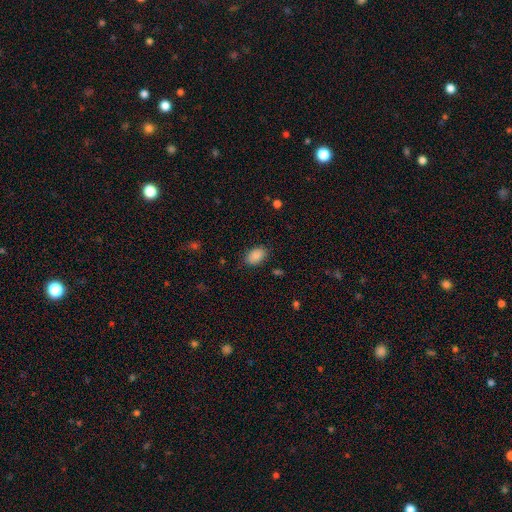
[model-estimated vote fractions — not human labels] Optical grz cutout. It shows a smooth galaxy with no disk features (88%) that is in between round and cigar-shaped (89%). Merging: none (84%).